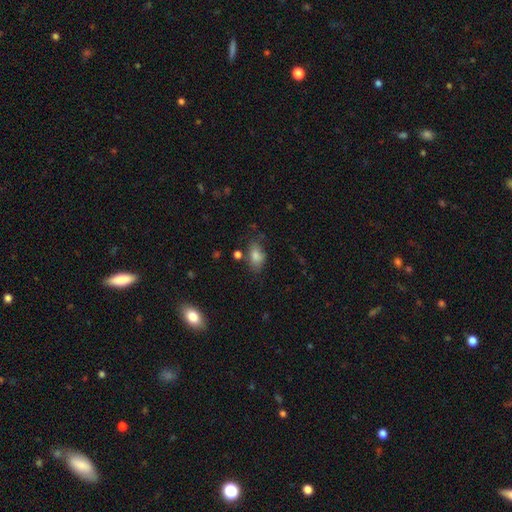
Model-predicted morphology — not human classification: Smooth or featured? smooth (79%)
How rounded? in between (86%)
Merging? none (63%)